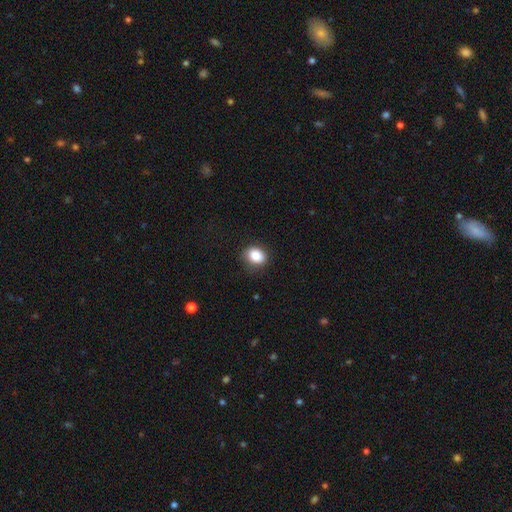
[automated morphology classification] Overall: smooth (87%). How rounded: round (50%; in between 49%). Merging: none (78%).